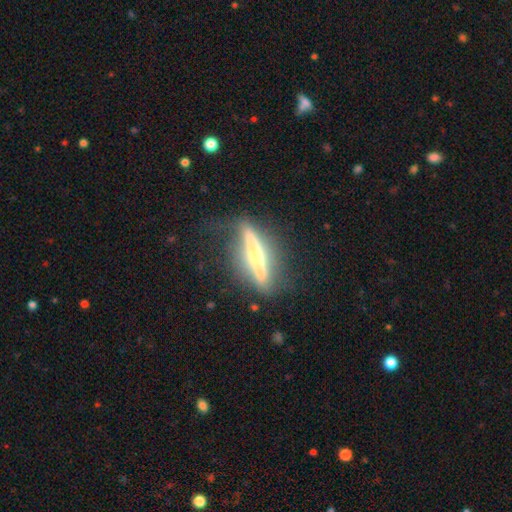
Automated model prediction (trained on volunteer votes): Overall: featured or disk (69%). Edge-on disk: yes (89%). Edge-on bulge: rounded (66%). Merging: none (71%).